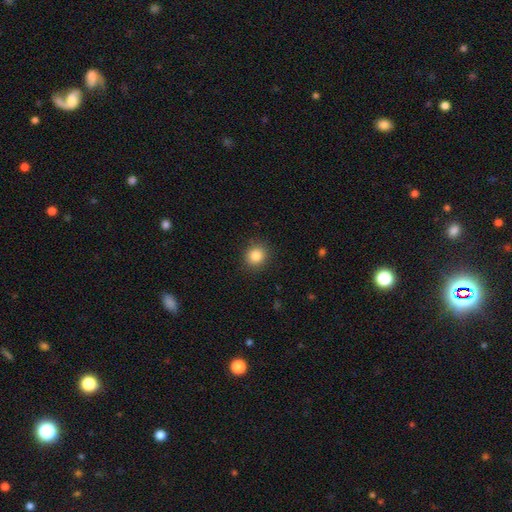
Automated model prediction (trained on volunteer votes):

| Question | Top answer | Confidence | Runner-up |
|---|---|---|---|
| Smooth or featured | smooth | 85% | star or artifact (10%) |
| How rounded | round | 85% | in between (14%) |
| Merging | none | 89% | minor disturbance (7%) |